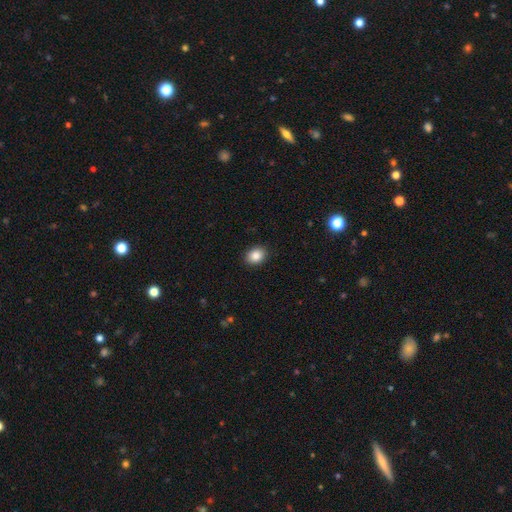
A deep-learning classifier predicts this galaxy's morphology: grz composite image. It shows a smooth galaxy with no disk features (86%) that is in between round and cigar-shaped (56%). Merging: none (90%).